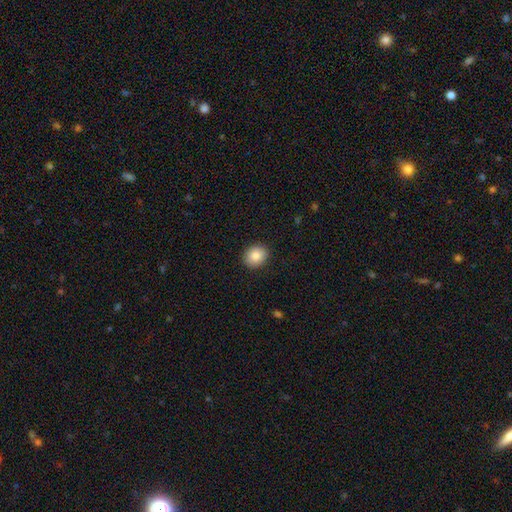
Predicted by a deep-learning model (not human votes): Smooth or featured?
  - smooth: 86% *
  - star or artifact: 8%
  - featured or disk: 6%
How rounded?
  - round: 60% *
  - in between: 39%
  - cigar-shaped: 1%
Merging?
  - none: 90% *
  - minor disturbance: 7%
  - major disturbance: 2%
  - merger: 1%